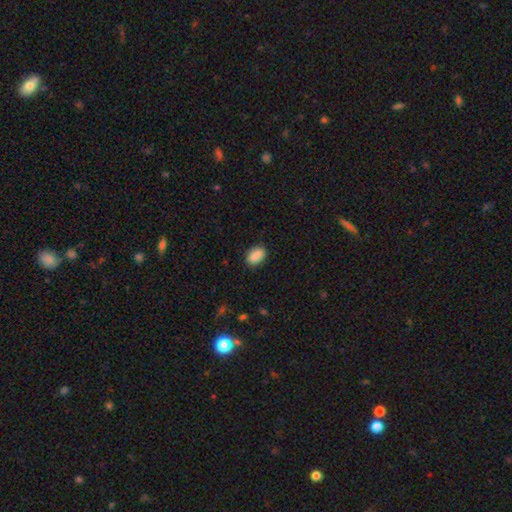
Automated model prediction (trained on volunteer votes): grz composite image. It shows a smooth galaxy with no disk features (88%) that is in between round and cigar-shaped (86%). Merging: none (83%).